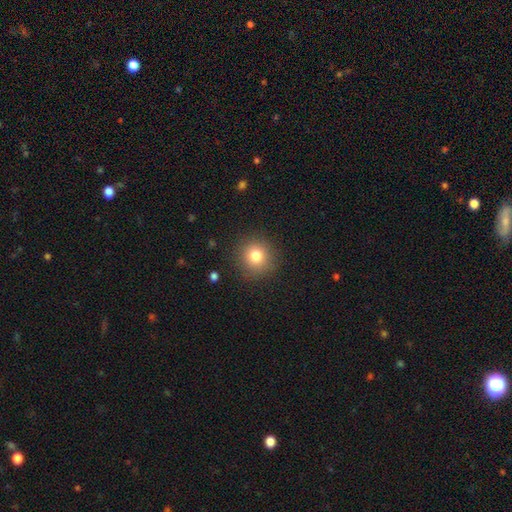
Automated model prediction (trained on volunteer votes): Smooth or featured?
  - smooth: 80% *
  - star or artifact: 12%
  - featured or disk: 8%
How rounded?
  - round: 91% *
  - in between: 8%
  - cigar-shaped: 1%
Merging?
  - none: 89% *
  - minor disturbance: 7%
  - major disturbance: 3%
  - merger: 1%